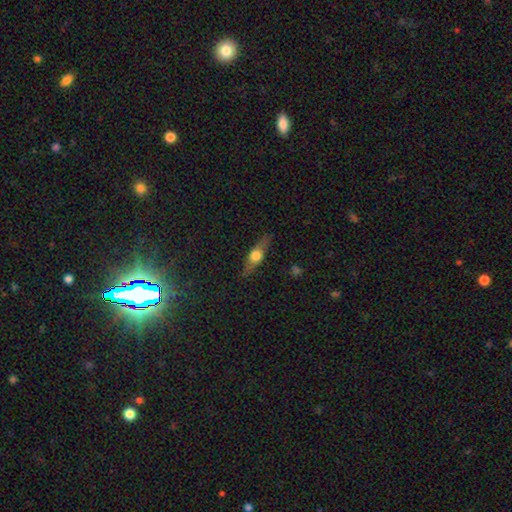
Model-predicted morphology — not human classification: Smooth or featured? featured or disk (53%)
Edge-on disk? yes (90%)
Merging? none (85%)